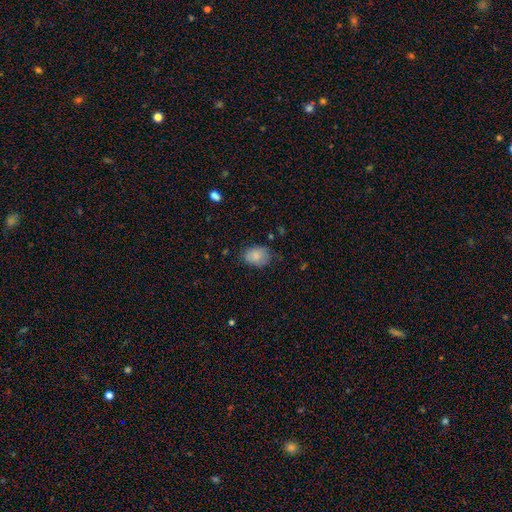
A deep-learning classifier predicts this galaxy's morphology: Smooth or featured?
  - smooth: 85% *
  - star or artifact: 8%
  - featured or disk: 8%
How rounded?
  - in between: 76% *
  - round: 23%
  - cigar-shaped: 1%
Merging?
  - none: 71% *
  - minor disturbance: 23%
  - major disturbance: 5%
  - merger: 1%